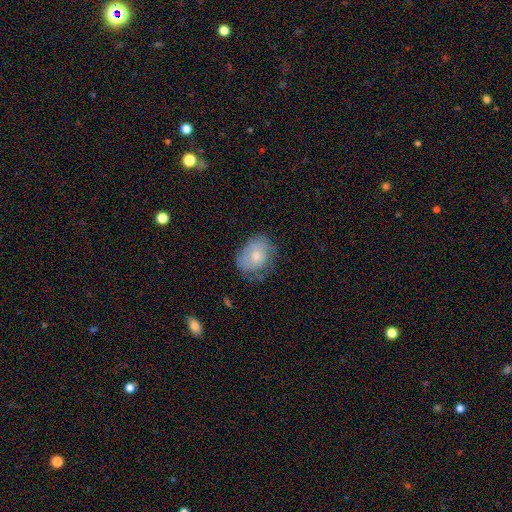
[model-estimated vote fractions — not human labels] This appears to be a smooth galaxy with no disk features (47%). Merging: none (61%).